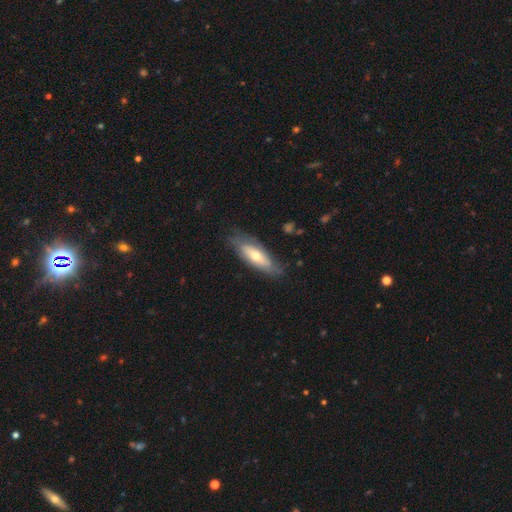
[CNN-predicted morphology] This is possibly a smooth galaxy (49%). Merging: likely none (76%).